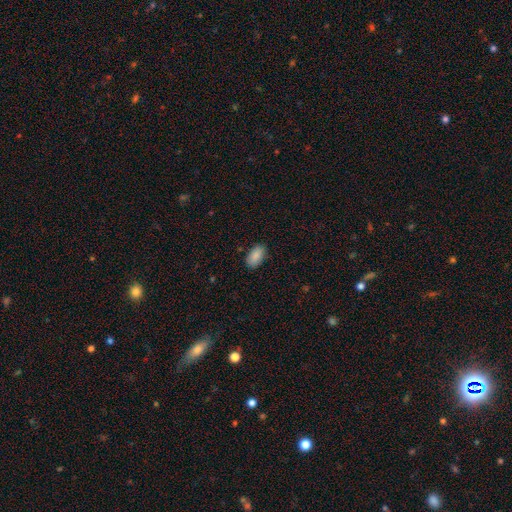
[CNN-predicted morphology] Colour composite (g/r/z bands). It shows a smooth galaxy with no disk features (89%) that is in between round and cigar-shaped (94%). Merging: none (85%).